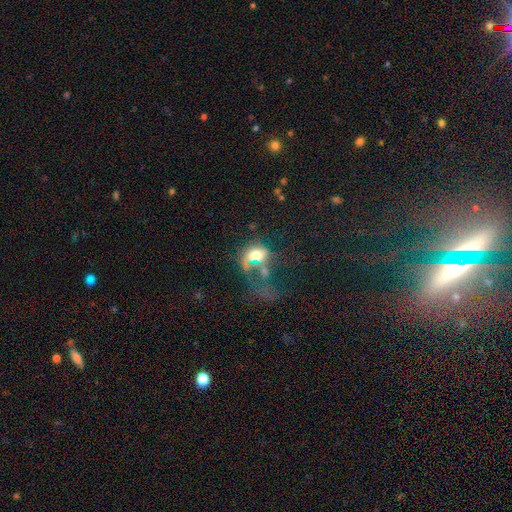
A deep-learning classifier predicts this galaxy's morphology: smooth 51%, featured or disk 36%, star or artifact 13%. Down the decision tree: how rounded — in between (63%); merging — major disturbance (47%).